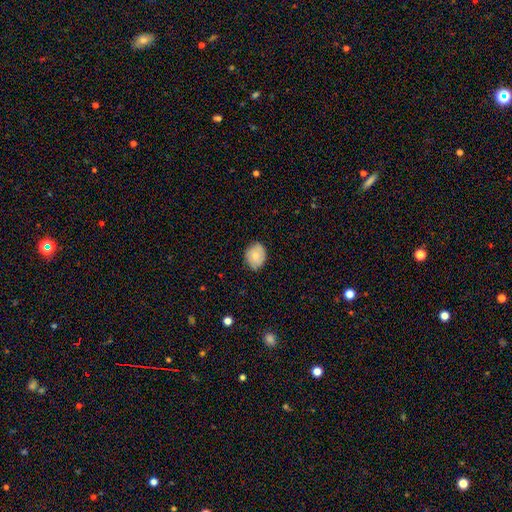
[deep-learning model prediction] smooth_or_featured: smooth (p=0.71) [alt: featured or disk p=0.22]
how_rounded: round (p=0.52) [alt: in between p=0.47]
merging: none (p=0.79) [alt: minor disturbance p=0.17]